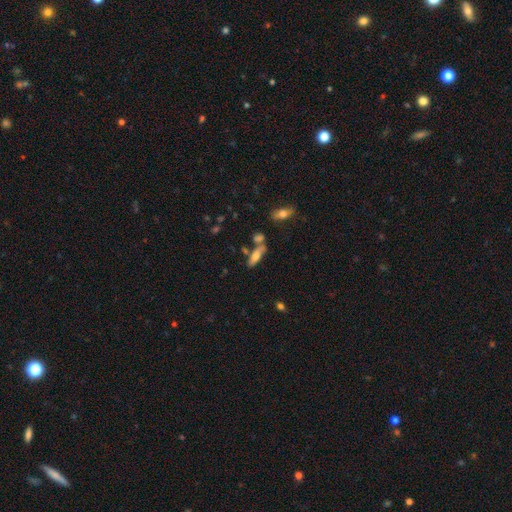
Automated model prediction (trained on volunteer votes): This appears to be a smooth galaxy with no disk features (62%) that is in between round and cigar-shaped (50%). Merging: none (56%).